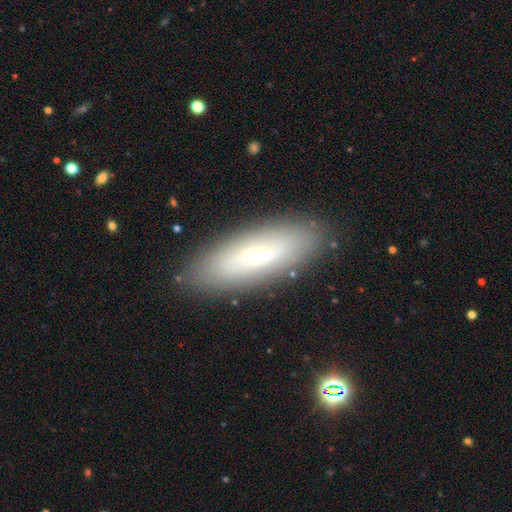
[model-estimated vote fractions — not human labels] A smooth galaxy with no disk features (47%).

Vote fractions:
- Smooth or featured? smooth: 47% / featured or disk: 44% / star or artifact: 9%
- Merging? none: 87% / minor disturbance: 9% / major disturbance: 3% / merger: 1%